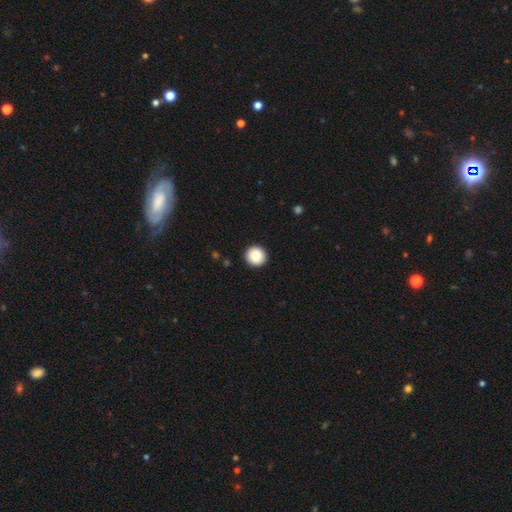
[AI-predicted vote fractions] smooth_or_featured: smooth (p=0.87) [alt: star or artifact p=0.08]
how_rounded: round (p=0.94) [alt: in between p=0.05]
merging: none (p=0.93) [alt: minor disturbance p=0.05]